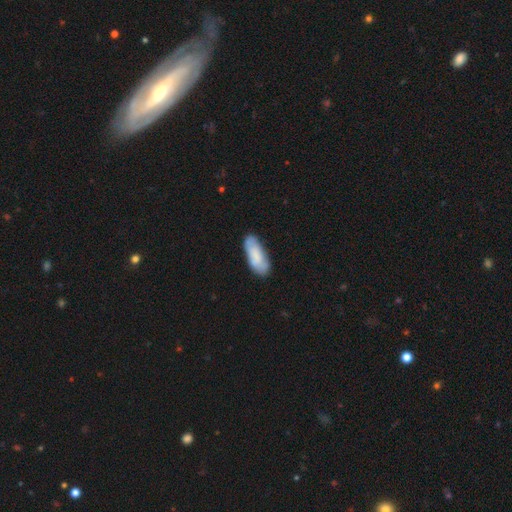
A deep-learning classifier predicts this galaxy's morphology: smooth_or_featured: smooth (p=0.76) [alt: featured or disk p=0.18]
how_rounded: in between (p=0.79) [alt: cigar-shaped p=0.19]
merging: none (p=0.76) [alt: minor disturbance p=0.19]